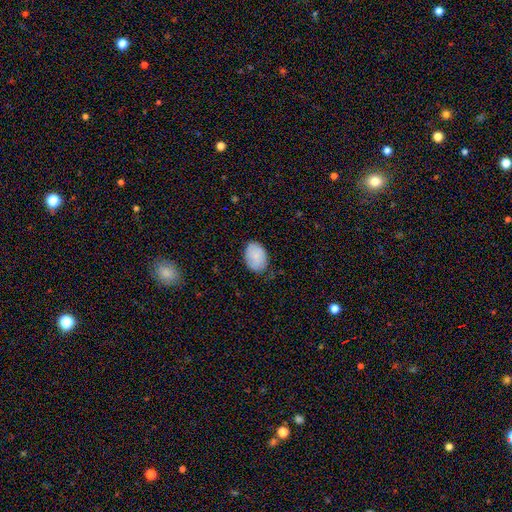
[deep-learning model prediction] Q: Smooth or featured?
A: smooth (81%); runner-up: featured or disk (13%)
Q: How rounded?
A: in between (82%); runner-up: round (17%)
Q: Merging?
A: none (73%); runner-up: minor disturbance (22%)